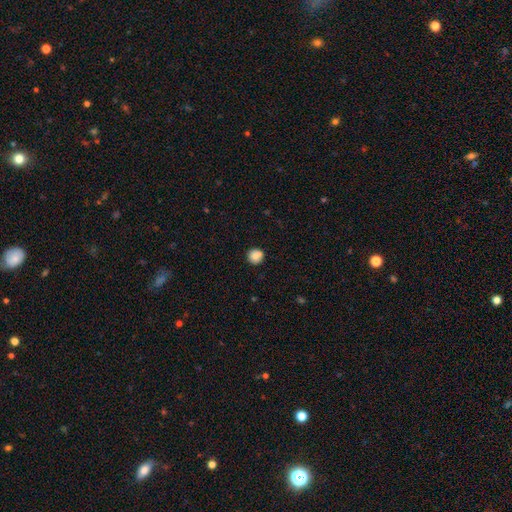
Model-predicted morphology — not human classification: Q: Smooth or featured?
A: smooth (86%); runner-up: star or artifact (10%)
Q: How rounded?
A: round (93%); runner-up: in between (6%)
Q: Merging?
A: none (85%); runner-up: minor disturbance (10%)